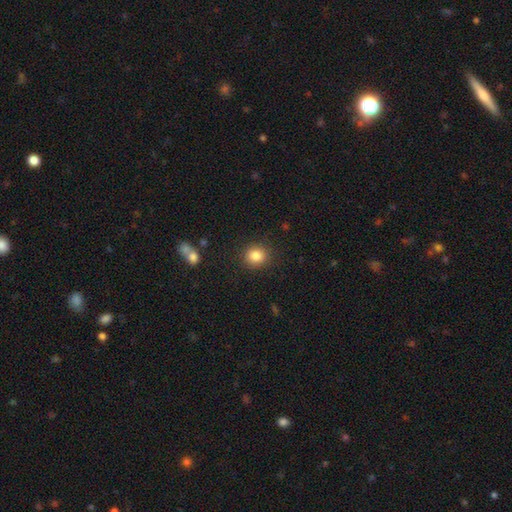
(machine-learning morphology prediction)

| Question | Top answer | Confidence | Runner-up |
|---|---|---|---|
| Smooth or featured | smooth | 85% | star or artifact (10%) |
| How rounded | round | 79% | in between (20%) |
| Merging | none | 89% | minor disturbance (7%) |